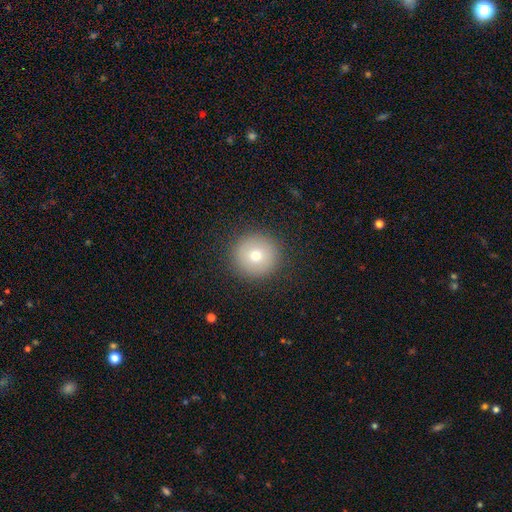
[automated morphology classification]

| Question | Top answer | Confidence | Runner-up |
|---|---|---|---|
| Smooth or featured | smooth | 72% | featured or disk (16%) |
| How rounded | round | 96% | in between (3%) |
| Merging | none | 91% | minor disturbance (6%) |